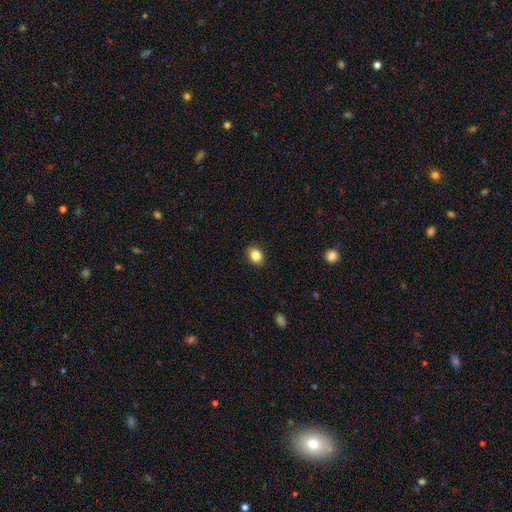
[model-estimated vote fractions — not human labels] Smooth or featured?
  - smooth: 85% *
  - star or artifact: 9%
  - featured or disk: 5%
How rounded?
  - in between: 58% *
  - round: 41%
  - cigar-shaped: 1%
Merging?
  - none: 90% *
  - minor disturbance: 7%
  - major disturbance: 2%
  - merger: 1%